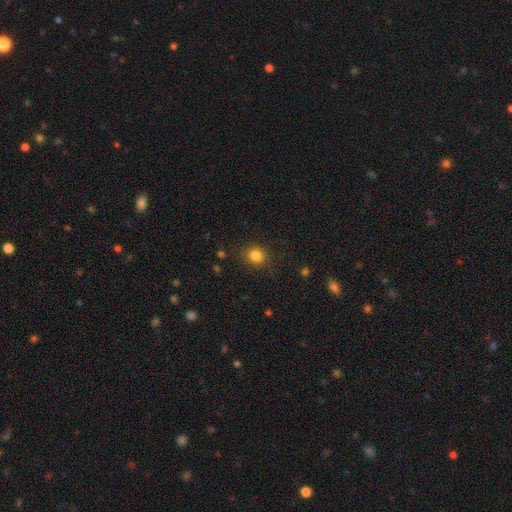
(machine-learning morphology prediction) Smooth or featured? Predicted: smooth (p=0.83). How rounded? Predicted: round (p=0.74). Merging? Predicted: none (p=0.85).